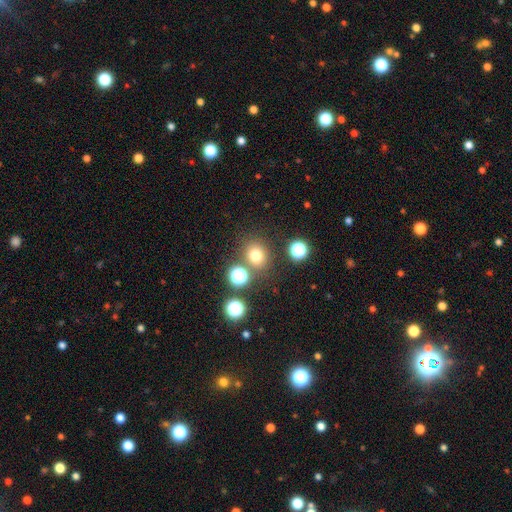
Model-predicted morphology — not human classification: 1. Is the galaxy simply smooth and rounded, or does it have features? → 73% smooth, 20% star or artifact, 7% featured or disk.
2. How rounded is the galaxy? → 80% round, 20% in between, 1% cigar-shaped.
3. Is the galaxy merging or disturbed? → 79% none, 9% merger, 9% minor disturbance, 3% major disturbance.